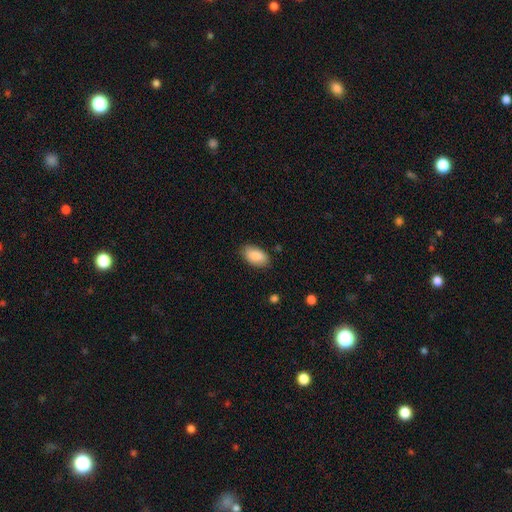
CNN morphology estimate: The model was most divided on "merging": none: 83%, minor disturbance: 13%, major disturbance: 3%, merger: 1%. More confident: how rounded — in between (94%); smooth or featured — smooth (89%).